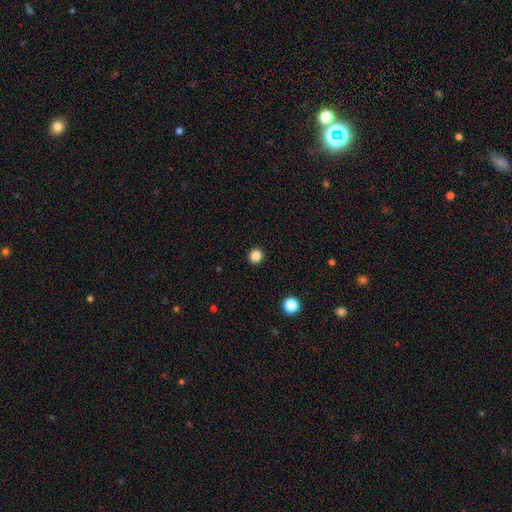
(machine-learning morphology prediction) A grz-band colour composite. It shows a smooth galaxy with no disk features (86%) that is round (89%). Merging: none (93%).